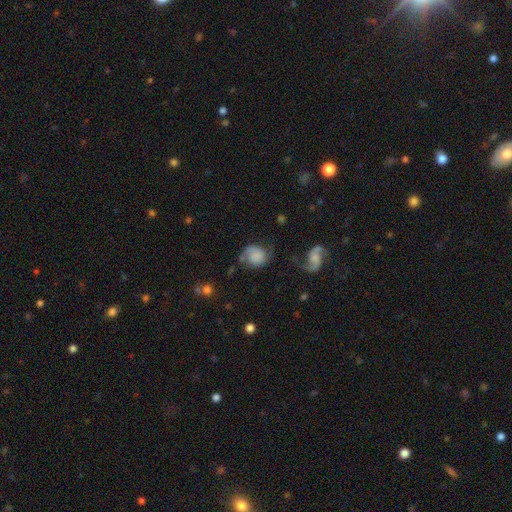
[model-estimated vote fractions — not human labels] Smooth or featured: smooth — 46% (featured or disk — 44%)
Merging: none — 51% (minor disturbance — 26%)